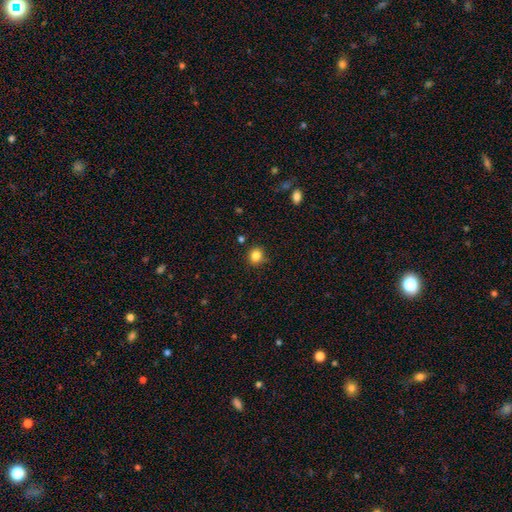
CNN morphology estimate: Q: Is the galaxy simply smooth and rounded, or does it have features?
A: smooth — 83%.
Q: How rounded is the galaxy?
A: round — 82%.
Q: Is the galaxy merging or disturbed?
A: none — 85%.